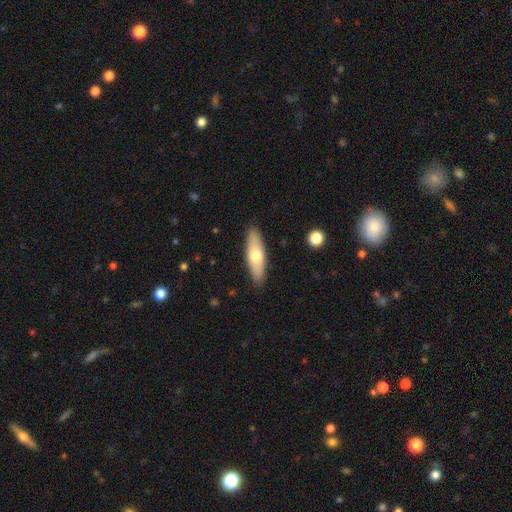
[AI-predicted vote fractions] A smooth galaxy with no disk features (62%) that is in between round and cigar-shaped (50%).

Vote fractions:
- Smooth or featured? smooth: 62% / featured or disk: 32% / star or artifact: 5%
- How rounded? in between: 50% / cigar-shaped: 48% / round: 2%
- Merging? none: 89% / minor disturbance: 8% / major disturbance: 2% / merger: 1%